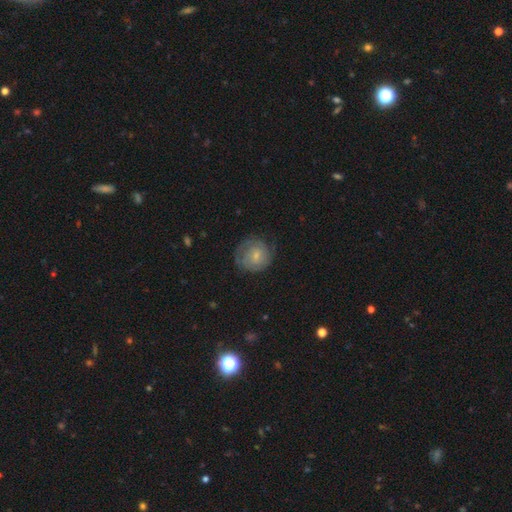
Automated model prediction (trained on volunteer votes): Smooth or featured: featured or disk — 54% (smooth — 39%)
Edge-on disk: no — 98% (yes — 2%)
Bar: no — 60% (weak — 35%)
Spiral arms: yes — 84% (no — 16%)
Bulge size: small — 62% (moderate — 27%)
Merging: none — 69% (minor disturbance — 20%)